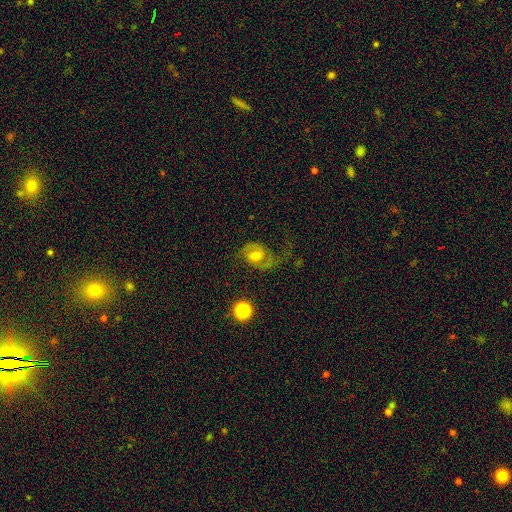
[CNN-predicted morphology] Smooth or featured: featured or disk — 74% (smooth — 18%)
Edge-on disk: no — 97% (yes — 3%)
Bar: no — 44% (tied with weak — 44%)
Spiral arms: yes — 91% (no — 9%)
Spiral winding: medium — 47% (loose — 35%)
Spiral arm count: 2 — 80% (1 — 12%)
Bulge size: moderate — 70% (small — 18%)
Merging: none — 51% (major disturbance — 28%)